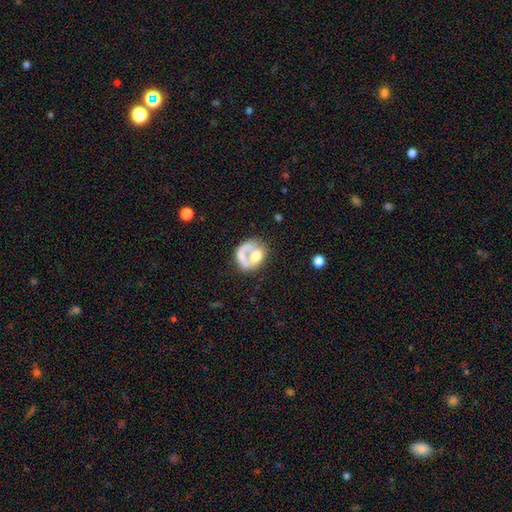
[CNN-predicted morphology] A featured or disk galaxy (49%). Merging: none (31%).